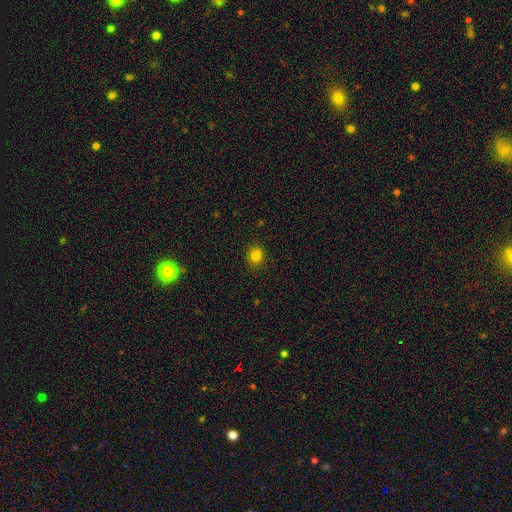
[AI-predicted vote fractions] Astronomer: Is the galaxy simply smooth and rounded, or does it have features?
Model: smooth — 80%.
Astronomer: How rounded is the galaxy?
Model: round — 68%.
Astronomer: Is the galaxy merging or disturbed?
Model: none — 89%.